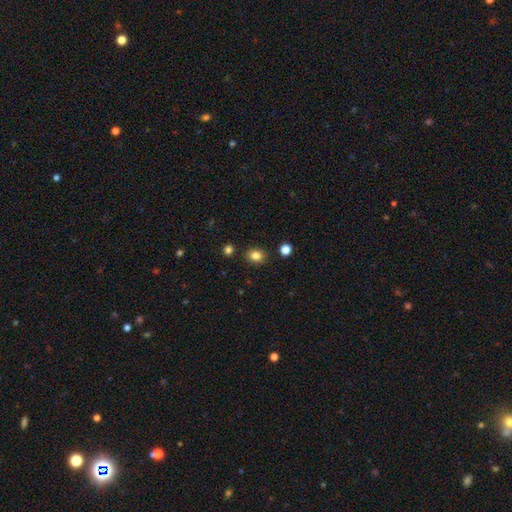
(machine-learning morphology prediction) smooth 83%, star or artifact 12%, featured or disk 5%. Down the decision tree: how rounded — round (58%); merging — none (86%).